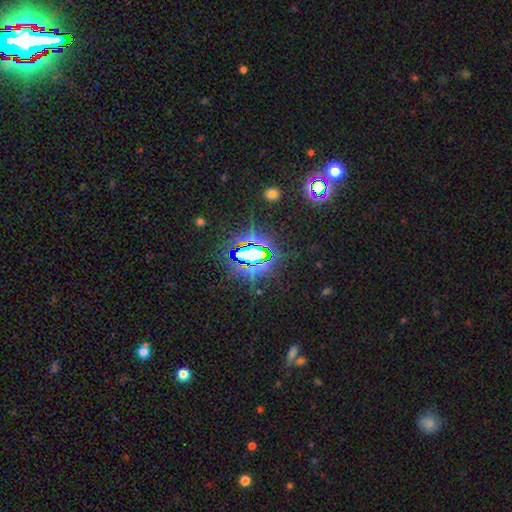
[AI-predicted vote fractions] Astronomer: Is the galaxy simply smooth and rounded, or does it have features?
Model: star or artifact — 80%.